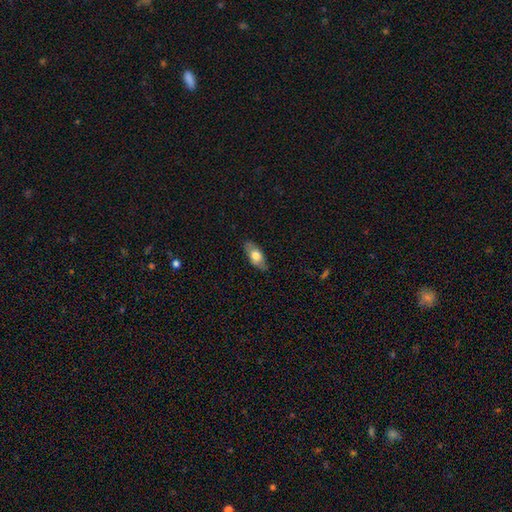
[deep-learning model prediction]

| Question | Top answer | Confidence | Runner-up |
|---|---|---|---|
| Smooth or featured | smooth | 66% | featured or disk (27%) |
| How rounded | in between | 86% | cigar-shaped (10%) |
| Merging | none | 82% | minor disturbance (14%) |